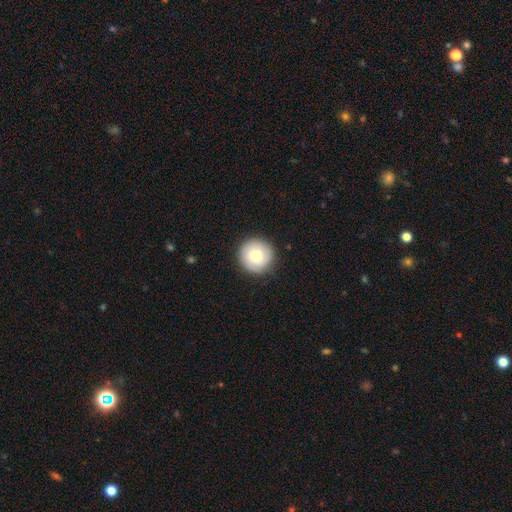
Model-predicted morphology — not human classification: This is likely a smooth galaxy (75%). How rounded: clearly round (95%). Merging: clearly none (89%).